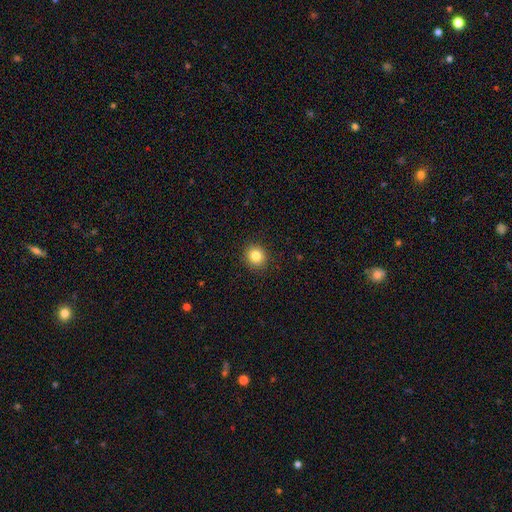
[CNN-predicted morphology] smooth-or-featured: smooth: 83% | star or artifact: 11% | featured or disk: 6%
  how-rounded: round: 88% | in between: 11% | cigar-shaped: 1%
  merging: none: 92% | minor disturbance: 6% | major disturbance: 2% | merger: 1%